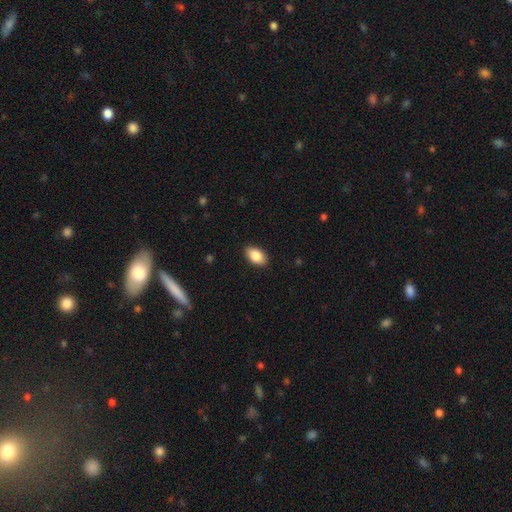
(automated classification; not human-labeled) Q: Smooth or featured?
A: smooth (86%); runner-up: featured or disk (7%)
Q: How rounded?
A: in between (92%); runner-up: round (6%)
Q: Merging?
A: none (88%); runner-up: minor disturbance (9%)